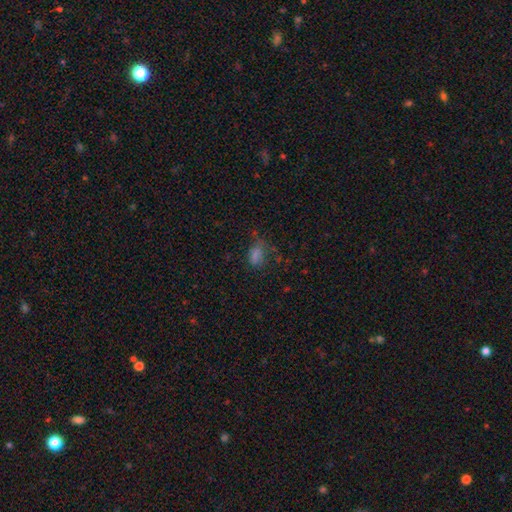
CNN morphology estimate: Smooth or featured? smooth (67%)
How rounded? in between (82%)
Merging? none (50%)